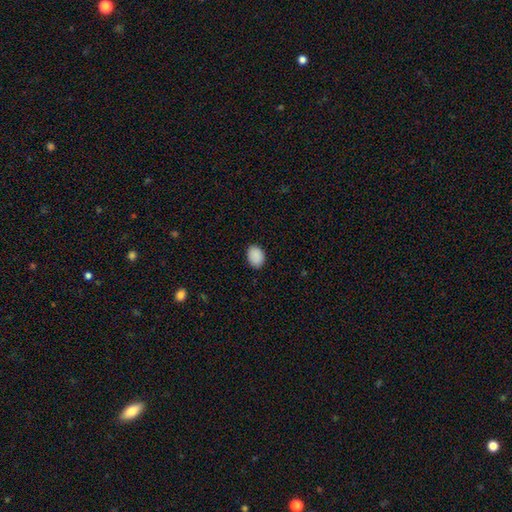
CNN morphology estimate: Overall: smooth (90%). How rounded: in between (74%). Merging: none (86%).